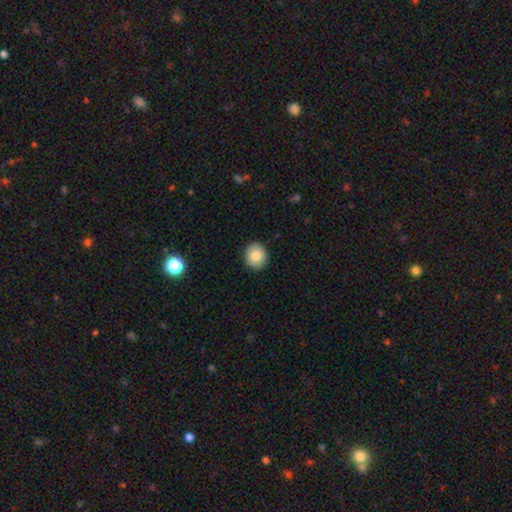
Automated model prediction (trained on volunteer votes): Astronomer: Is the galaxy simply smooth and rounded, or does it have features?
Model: smooth — 84%.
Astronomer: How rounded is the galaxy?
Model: round — 81%.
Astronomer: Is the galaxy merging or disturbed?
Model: none — 91%.